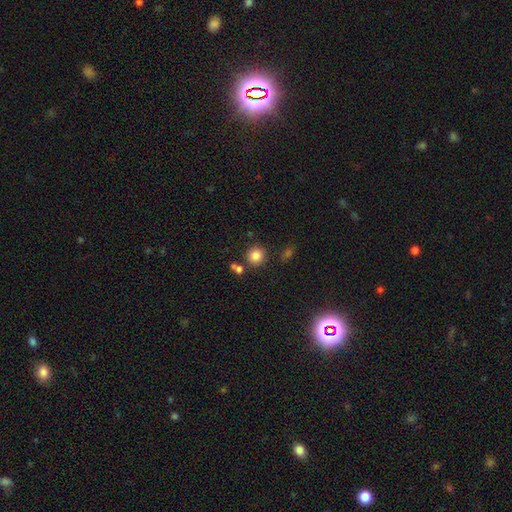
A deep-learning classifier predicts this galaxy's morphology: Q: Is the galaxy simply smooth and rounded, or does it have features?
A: smooth — 84%.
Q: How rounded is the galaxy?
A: round — 89%.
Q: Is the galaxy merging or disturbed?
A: none — 78%.